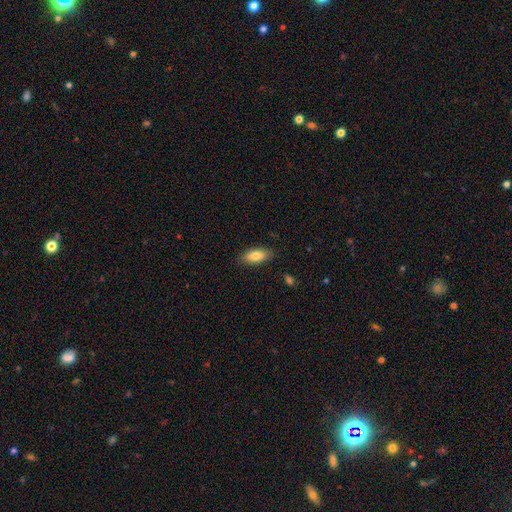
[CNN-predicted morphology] A smooth galaxy with no disk features (81%) that is in between round and cigar-shaped (86%). Merging: none (87%).